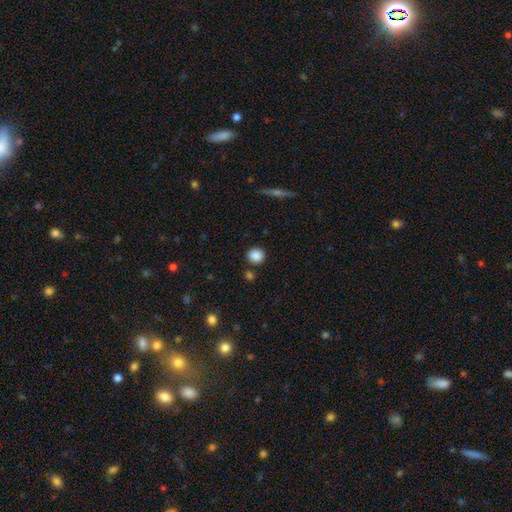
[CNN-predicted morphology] smooth 87%, star or artifact 9%, featured or disk 4%. Down the decision tree: how rounded — round (87%); merging — none (85%).